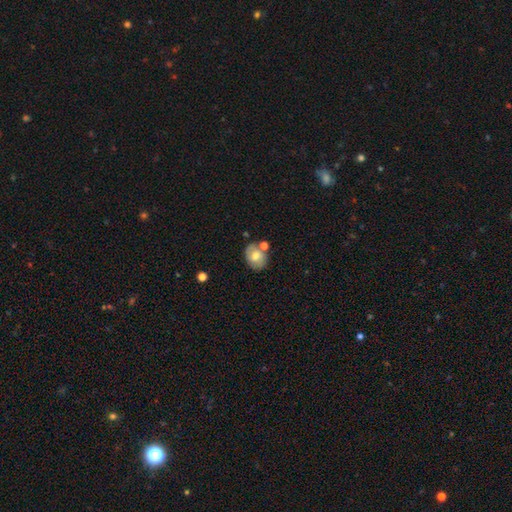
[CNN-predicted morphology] Overall: smooth (55%; featured or disk 37%). How rounded: round (51%; in between 48%). Merging: none (62%).